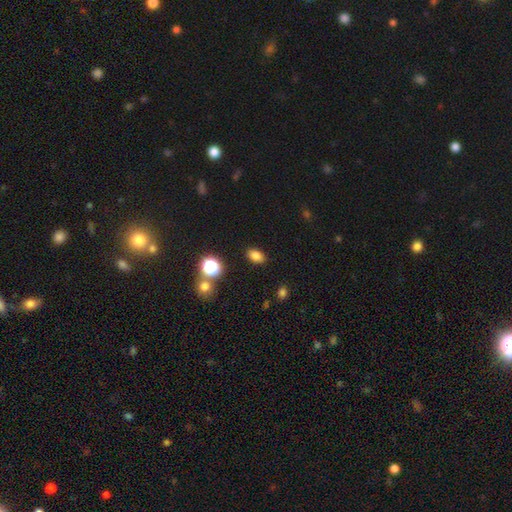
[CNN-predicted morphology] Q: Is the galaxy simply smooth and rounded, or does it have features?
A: smooth — 80%.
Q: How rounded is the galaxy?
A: in between — 82%.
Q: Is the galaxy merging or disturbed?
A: none — 87%.